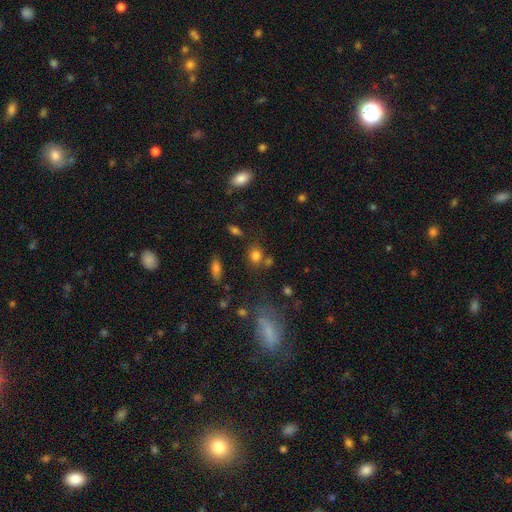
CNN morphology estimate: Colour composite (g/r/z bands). It shows a smooth galaxy with no disk features (78%) that is round (69%). Merging: none (68%).